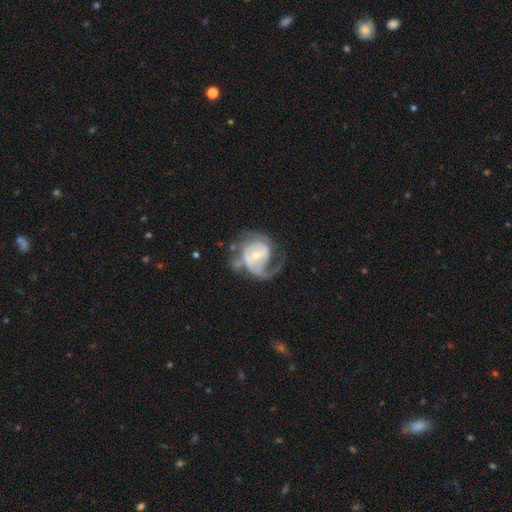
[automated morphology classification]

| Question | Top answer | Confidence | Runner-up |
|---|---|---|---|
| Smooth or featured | featured or disk | 76% | smooth (18%) |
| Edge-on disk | no | 97% | yes (3%) |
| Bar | no | 52% | weak (36%) |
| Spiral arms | yes | 81% | no (19%) |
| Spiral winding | medium | 39% | tight (32%) |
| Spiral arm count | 1 | 42% | 2 (33%) |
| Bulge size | small | 49% | moderate (45%) |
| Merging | major disturbance | 42% | none (32%) |